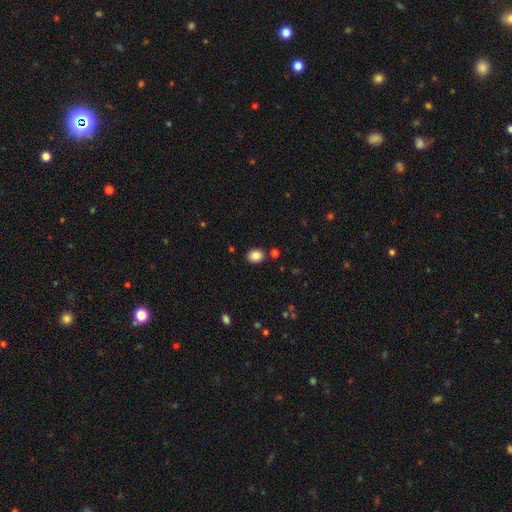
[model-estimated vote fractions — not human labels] Smooth or featured? Predicted: smooth (p=0.86). How rounded? Predicted: round (p=0.56). Merging? Predicted: none (p=0.85).